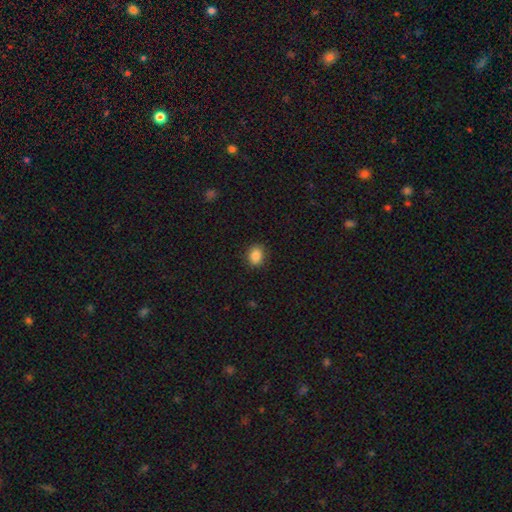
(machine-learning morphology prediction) smooth-or-featured: smooth: 86% | star or artifact: 9% | featured or disk: 4%
  how-rounded: round: 52% | in between: 47% | cigar-shaped: 1%
  merging: none: 87% | minor disturbance: 10% | major disturbance: 3% | merger: 1%